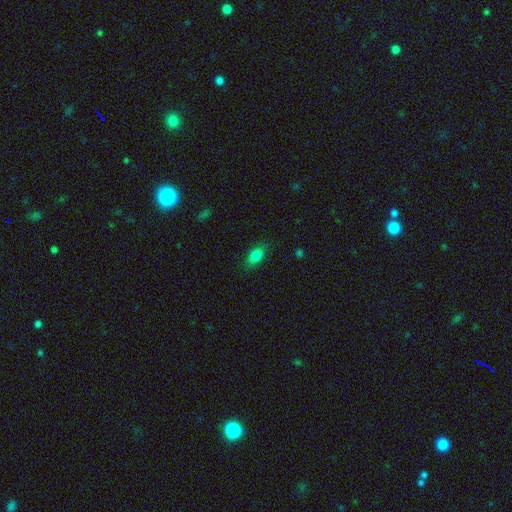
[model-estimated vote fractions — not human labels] Smooth or featured? smooth (82%)
How rounded? in between (86%)
Merging? none (85%)